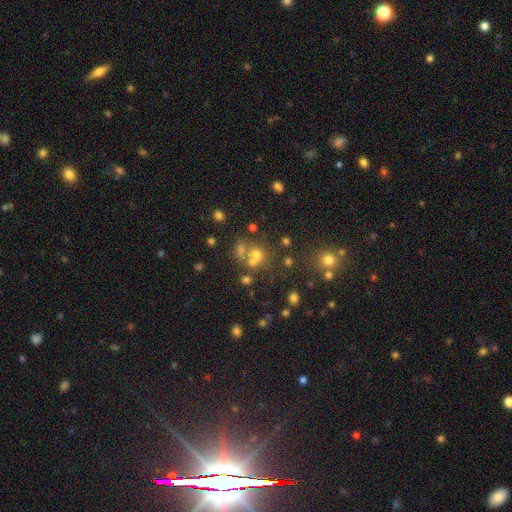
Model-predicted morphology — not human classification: smooth 57%, star or artifact 26%, featured or disk 16%. Down the decision tree: how rounded — round (78%); merging — none (46%).